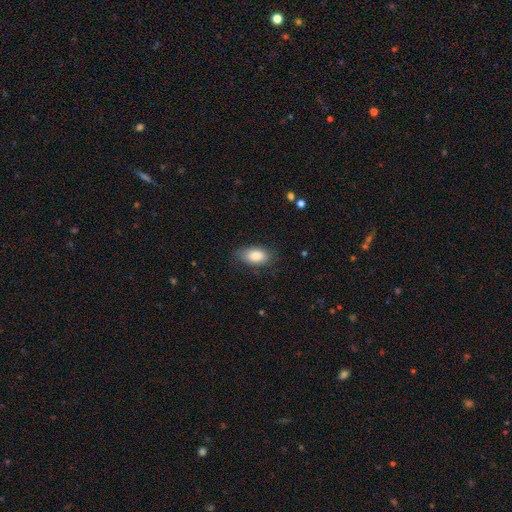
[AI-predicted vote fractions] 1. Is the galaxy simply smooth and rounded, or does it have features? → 85% smooth, 9% featured or disk, 7% star or artifact.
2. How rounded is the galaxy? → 92% in between, 5% round, 3% cigar-shaped.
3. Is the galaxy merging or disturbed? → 75% none, 19% minor disturbance, 5% major disturbance, 1% merger.